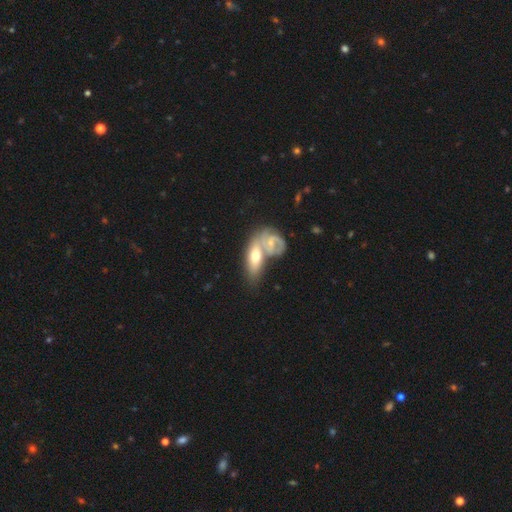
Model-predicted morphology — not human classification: Overall: smooth (48%; featured or disk 45%). Merging: merger (57%; none 27%).